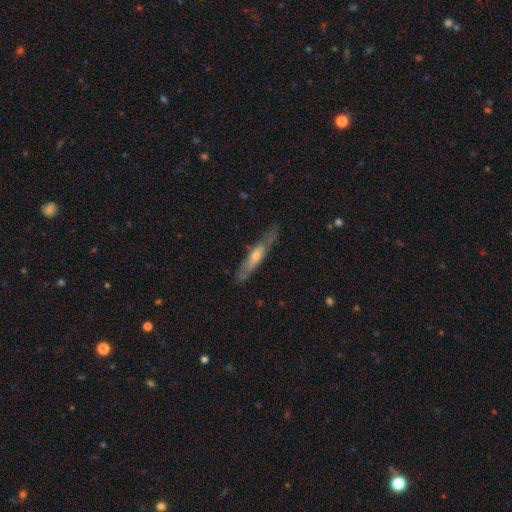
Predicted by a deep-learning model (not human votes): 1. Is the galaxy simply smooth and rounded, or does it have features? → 55% featured or disk, 40% smooth, 6% star or artifact.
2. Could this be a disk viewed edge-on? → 80% yes, 20% no.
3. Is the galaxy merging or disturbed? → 75% none, 19% minor disturbance, 5% major disturbance, 2% merger.